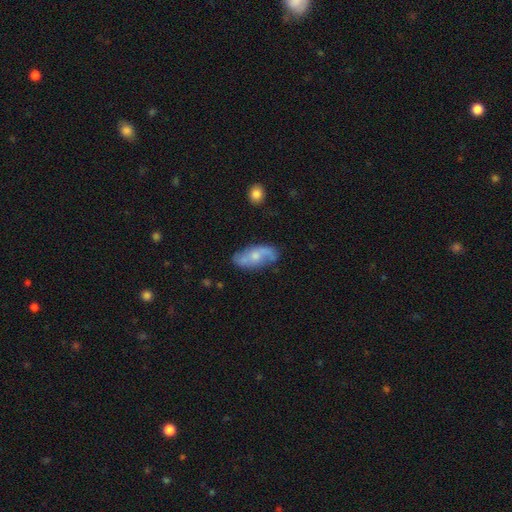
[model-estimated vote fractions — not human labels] A featured or disk galaxy (63%) with no bar (65%), spiral arms (85%) and a moderate central bulge (48%). Merging: none (66%).